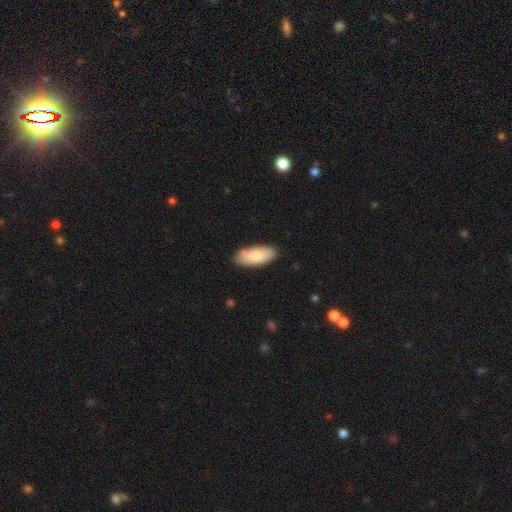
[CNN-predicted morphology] Smooth or featured? smooth (80%)
How rounded? in between (86%)
Merging? none (81%)